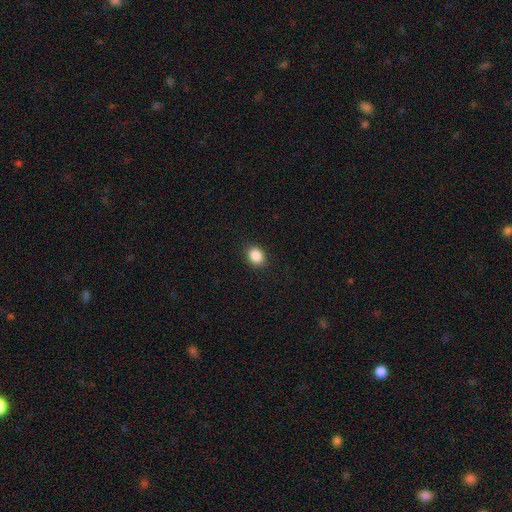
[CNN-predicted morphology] Smooth or featured?
  - smooth: 88% *
  - star or artifact: 9%
  - featured or disk: 3%
How rounded?
  - in between: 54% *
  - round: 45%
  - cigar-shaped: 1%
Merging?
  - none: 90% *
  - minor disturbance: 7%
  - major disturbance: 2%
  - merger: 1%